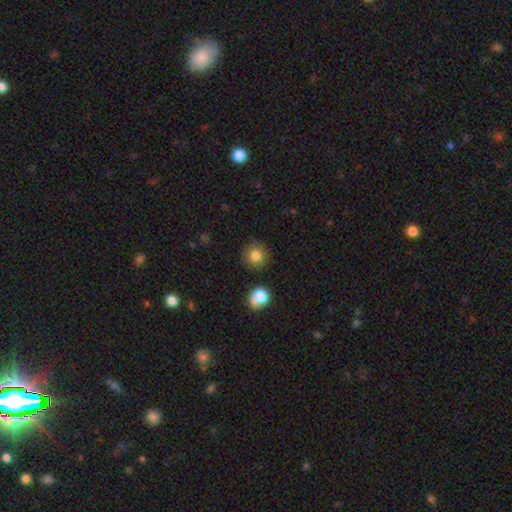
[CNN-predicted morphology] The model was most divided on "smooth or featured": smooth: 82%, star or artifact: 10%, featured or disk: 8%. More confident: how rounded — round (92%); merging — none (86%).